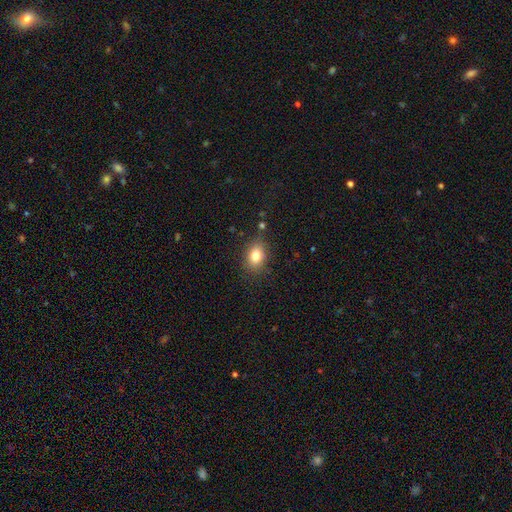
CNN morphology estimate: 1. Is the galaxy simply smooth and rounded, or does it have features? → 81% smooth, 10% star or artifact, 9% featured or disk.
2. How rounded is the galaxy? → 65% in between, 34% round, 1% cigar-shaped.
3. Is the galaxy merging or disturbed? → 80% none, 14% minor disturbance, 4% major disturbance, 2% merger.